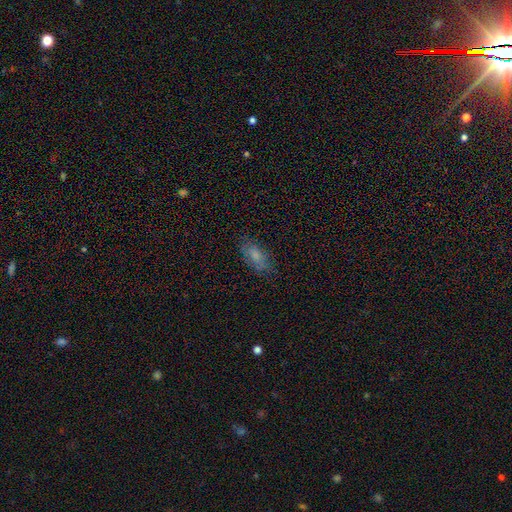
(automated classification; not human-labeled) A smooth galaxy with no disk features (70%) that is in between round and cigar-shaped (86%). Merging: none (75%).